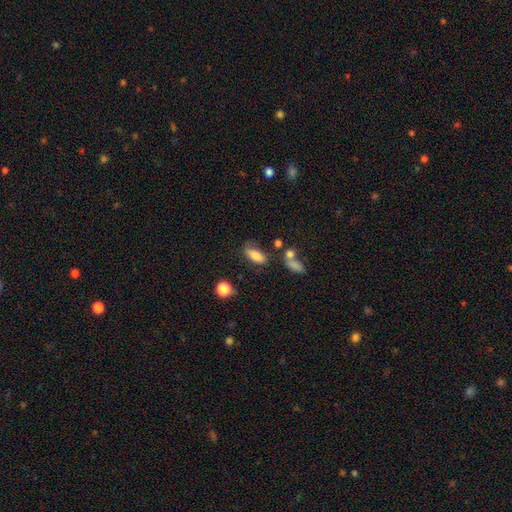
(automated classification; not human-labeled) Morphology: type=smooth (79%); roundness=in between (85%); merging=none (56%).